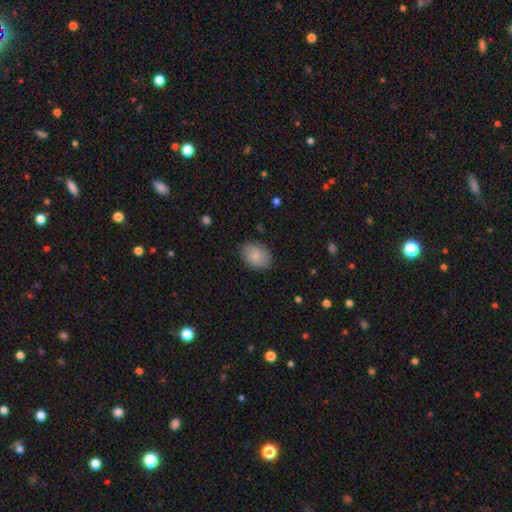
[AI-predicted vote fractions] The model was most divided on "how rounded": in between: 69%, round: 30%, cigar-shaped: 1%. More confident: merging — none (85%); smooth or featured — smooth (85%).